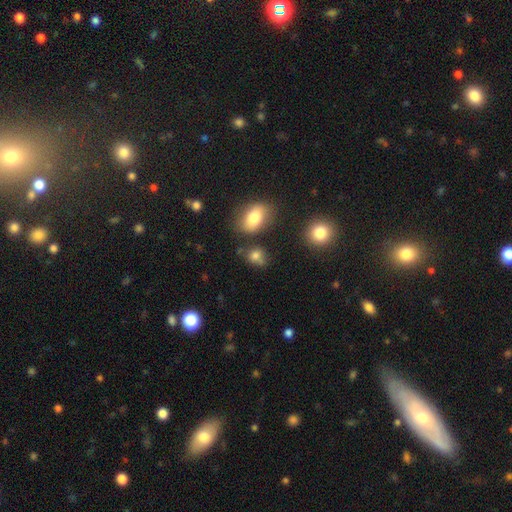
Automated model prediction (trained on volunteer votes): smooth-or-featured: smooth: 79% | star or artifact: 13% | featured or disk: 8%
  how-rounded: in between: 50% | round: 48% | cigar-shaped: 2%
  merging: none: 60% | minor disturbance: 20% | merger: 13% | major disturbance: 7%